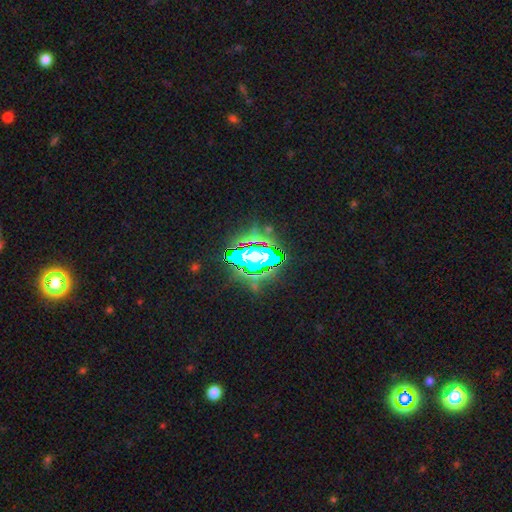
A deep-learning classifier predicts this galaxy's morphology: Overall: star or artifact (64%).